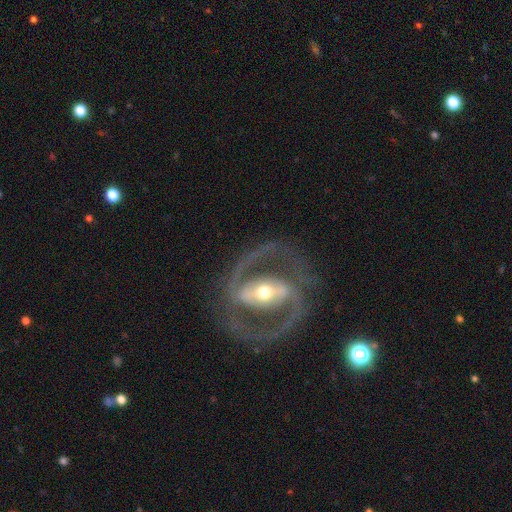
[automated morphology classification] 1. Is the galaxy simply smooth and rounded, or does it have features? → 90% featured or disk, 5% smooth, 5% star or artifact.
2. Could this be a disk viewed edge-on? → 95% no, 5% yes.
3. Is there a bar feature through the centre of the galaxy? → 65% strong, 22% weak, 13% no.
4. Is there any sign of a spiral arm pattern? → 92% yes, 8% no.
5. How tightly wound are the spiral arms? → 54% medium, 33% tight, 13% loose.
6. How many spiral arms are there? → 92% 2, 3% can't tell, 2% 3, 2% 1, 1% 4, 1% more than 4.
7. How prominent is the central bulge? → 53% moderate, 40% small, 5% large, 1% dominant, 1% none.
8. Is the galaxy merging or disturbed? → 81% none, 10% minor disturbance, 7% major disturbance, 2% merger.